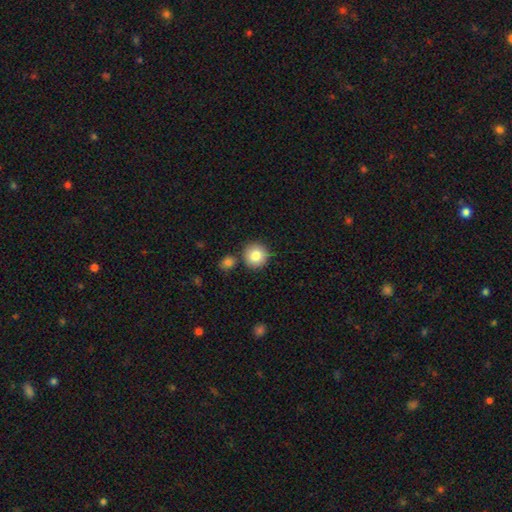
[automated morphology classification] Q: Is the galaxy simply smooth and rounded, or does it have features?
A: smooth — 83%.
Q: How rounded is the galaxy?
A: round — 93%.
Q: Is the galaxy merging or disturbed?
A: none — 81%.